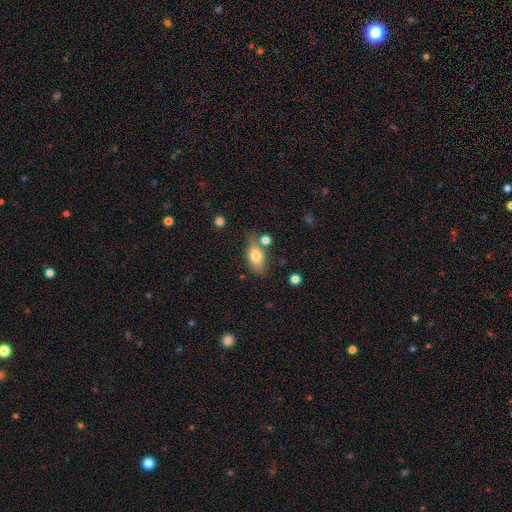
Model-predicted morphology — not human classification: Smooth or featured? smooth (76%)
How rounded? in between (85%)
Merging? none (61%)